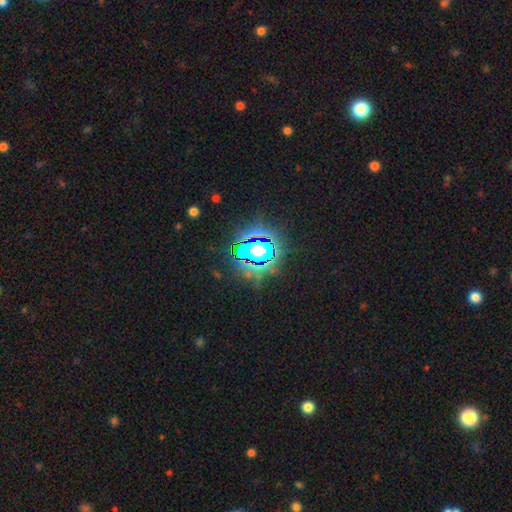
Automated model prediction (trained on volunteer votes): Overall: star or artifact (78%).